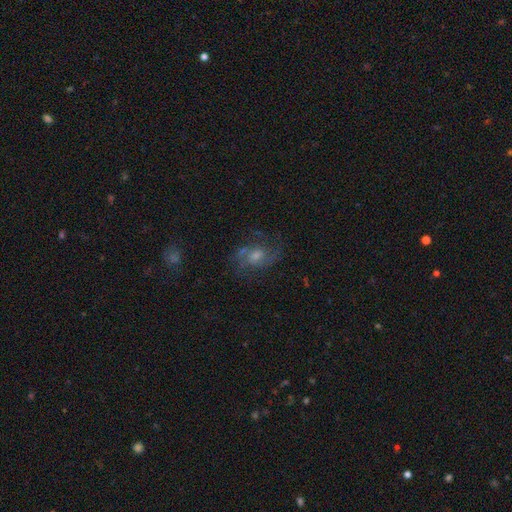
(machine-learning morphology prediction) A featured or disk galaxy (70%) with no bar (51%), 2 (72%) medium (52%) spiral arms (91%) and a moderate central bulge (51%). Merging: none (69%).